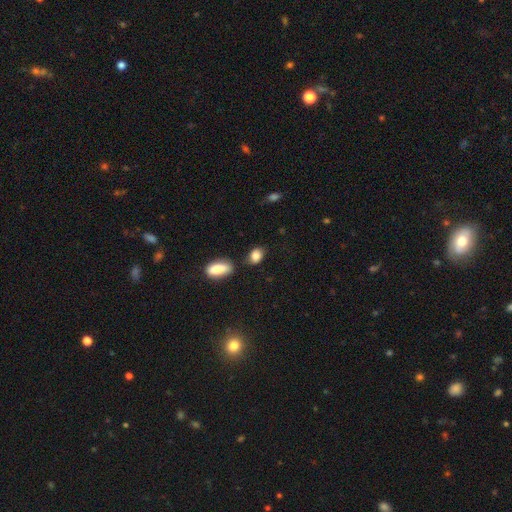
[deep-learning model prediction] Smooth or featured? smooth (85%)
How rounded? in between (78%)
Merging? none (66%)